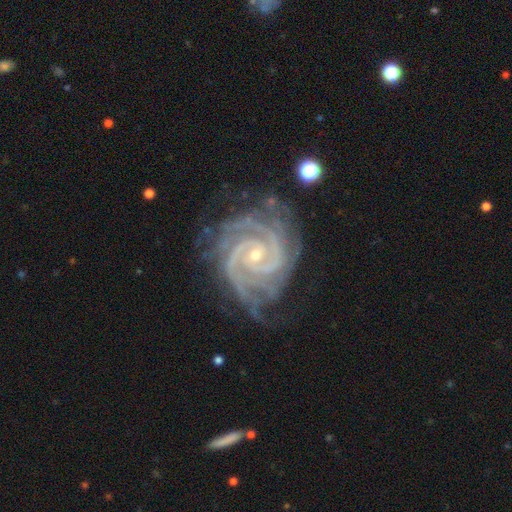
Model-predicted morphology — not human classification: Smooth or featured?
  - featured or disk: 94% *
  - star or artifact: 4%
  - smooth: 2%
Edge-on disk?
  - no: 98% *
  - yes: 2%
Bar?
  - no: 60% *
  - weak: 28%
  - strong: 12%
Spiral arms?
  - yes: 99% *
  - no: 1%
Spiral winding?
  - tight: 77% *
  - medium: 21%
  - loose: 2%
Spiral arm count?
  - 2: 44% *
  - 3: 22%
  - 4: 12%
  - can't tell: 9%
  - more than 4: 7%
  - 1: 6%
Bulge size?
  - small: 76% *
  - moderate: 21%
  - none: 1%
  - large: 1%
  - dominant: 1%
Merging?
  - none: 68% *
  - minor disturbance: 22%
  - major disturbance: 8%
  - merger: 2%